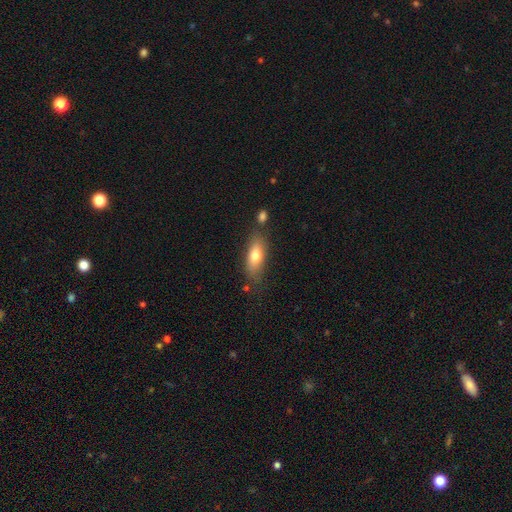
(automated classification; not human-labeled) smooth_or_featured: smooth (p=0.73) [alt: featured or disk p=0.20]
how_rounded: in between (p=0.69) [alt: cigar-shaped p=0.28]
merging: none (p=0.72) [alt: minor disturbance p=0.17]